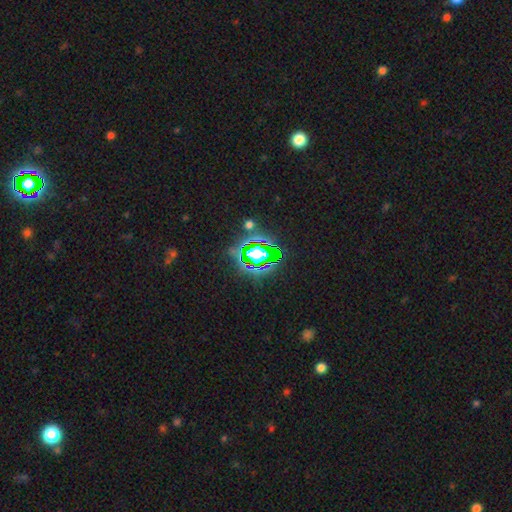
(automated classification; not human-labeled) star or artifact 79%, smooth 14%, featured or disk 8%.